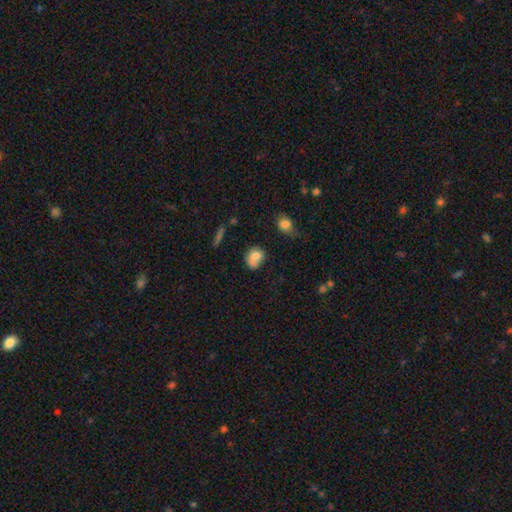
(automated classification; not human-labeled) This appears to be a smooth galaxy with no disk features (74%) that is round (55%). Merging: none (43%).